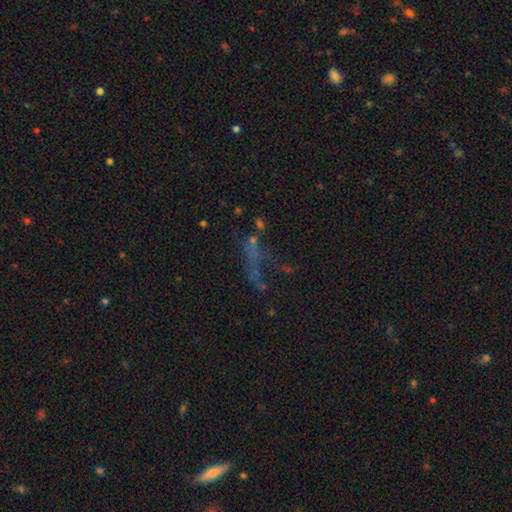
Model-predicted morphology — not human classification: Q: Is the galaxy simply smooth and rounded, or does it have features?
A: star or artifact — 48%.